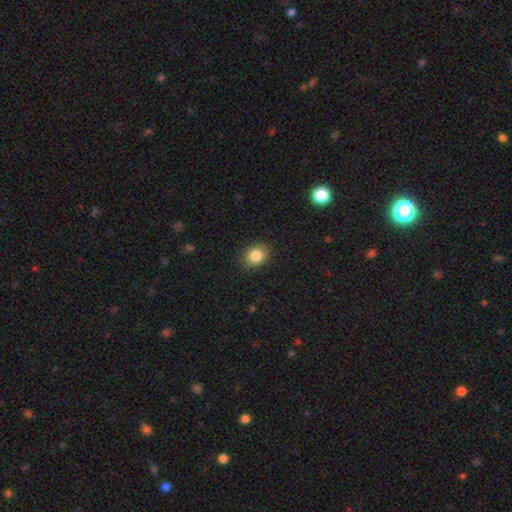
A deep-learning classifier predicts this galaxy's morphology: smooth 85%, star or artifact 9%, featured or disk 6%. Down the decision tree: how rounded — in between (52%); merging — none (87%).